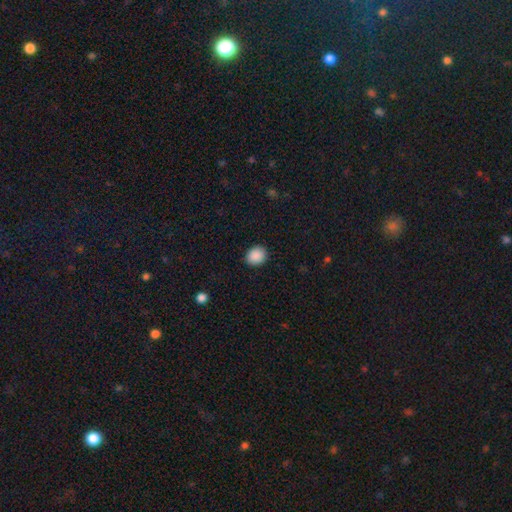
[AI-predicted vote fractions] This appears to be a smooth galaxy with no disk features (90%) that is round (70%). Merging: none (90%).